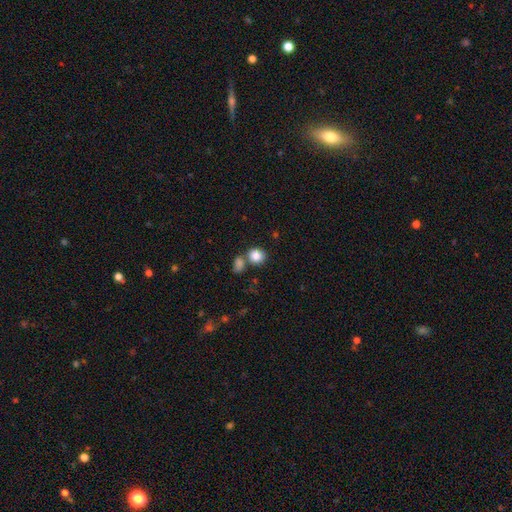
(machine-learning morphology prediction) A smooth galaxy with no disk features (85%) that is round (78%).

Vote fractions:
- Smooth or featured? smooth: 85% / star or artifact: 9% / featured or disk: 6%
- How rounded? round: 78% / in between: 21% / cigar-shaped: 1%
- Merging? none: 59% / merger: 26% / minor disturbance: 10% / major disturbance: 4%